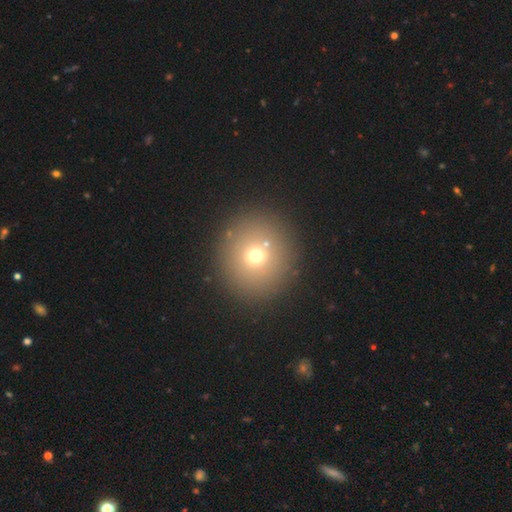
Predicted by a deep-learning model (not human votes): Q: Smooth or featured?
A: smooth (67%); runner-up: star or artifact (19%)
Q: How rounded?
A: round (91%); runner-up: in between (8%)
Q: Merging?
A: none (87%); runner-up: minor disturbance (7%)